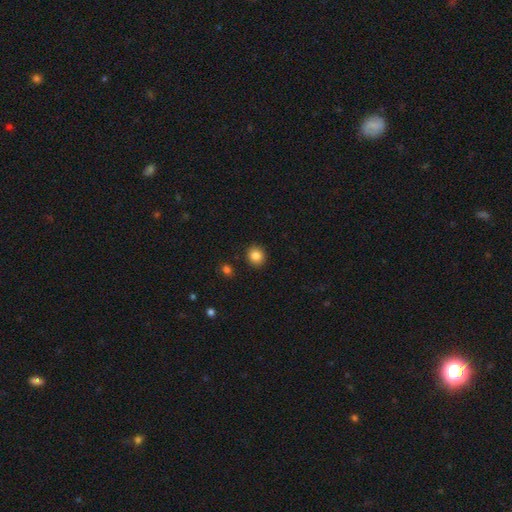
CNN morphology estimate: This appears to be a smooth galaxy with no disk features (84%) that is round (86%). Merging: none (91%).